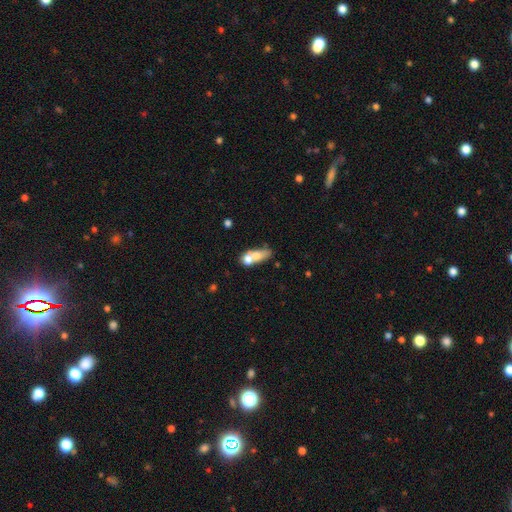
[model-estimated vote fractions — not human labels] Morphology: type=smooth (63%); roundness=in between (62%); merging=merger (59%).